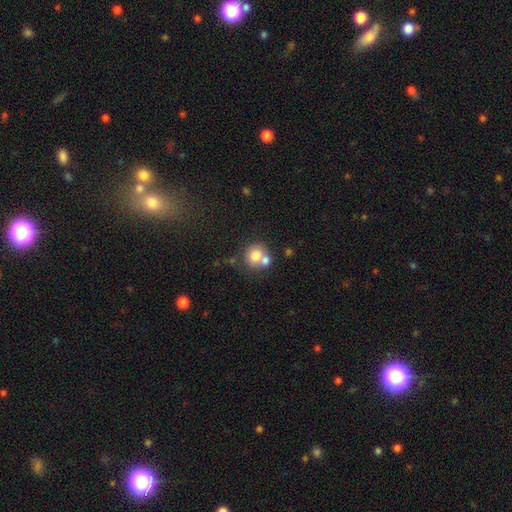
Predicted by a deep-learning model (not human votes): Smooth or featured? Predicted: smooth (p=0.74). How rounded? Predicted: round (p=0.72). Merging? Predicted: merger (p=0.46).